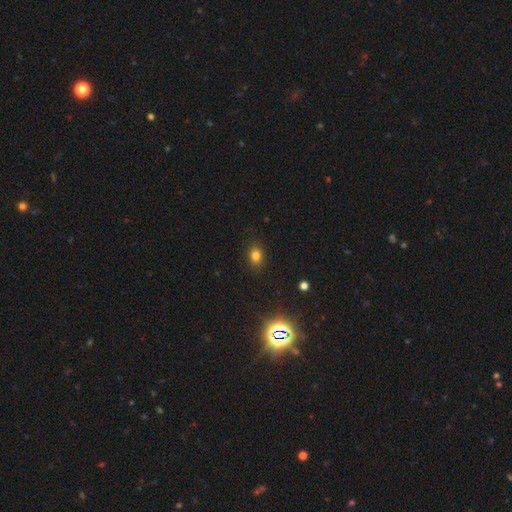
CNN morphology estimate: smooth_or_featured: smooth (p=0.77) [alt: star or artifact p=0.16]
how_rounded: in between (p=0.65) [alt: round p=0.33]
merging: none (p=0.87) [alt: minor disturbance p=0.10]